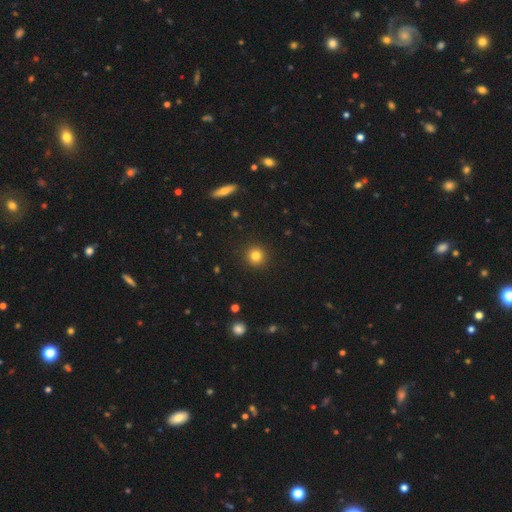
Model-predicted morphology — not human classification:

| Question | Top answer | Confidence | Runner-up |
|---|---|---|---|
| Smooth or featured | smooth | 82% | star or artifact (12%) |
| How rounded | round | 93% | in between (6%) |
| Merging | none | 92% | minor disturbance (5%) |